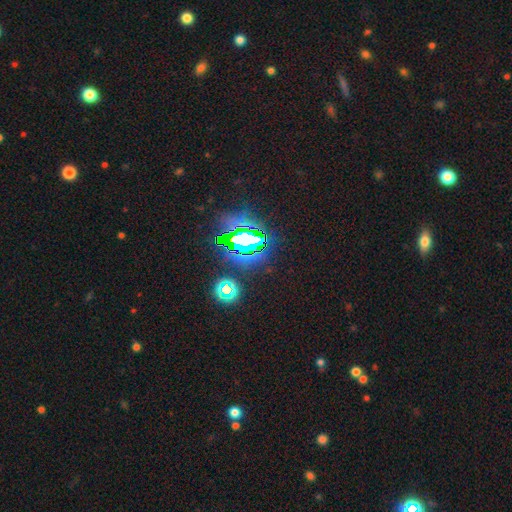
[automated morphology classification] Overall: star or artifact (84%).